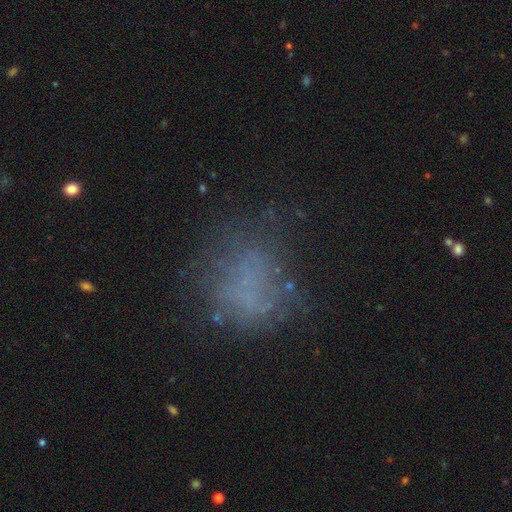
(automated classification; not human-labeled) smooth 43%, featured or disk 33%, star or artifact 23%. Down the decision tree: merging — none (57%).